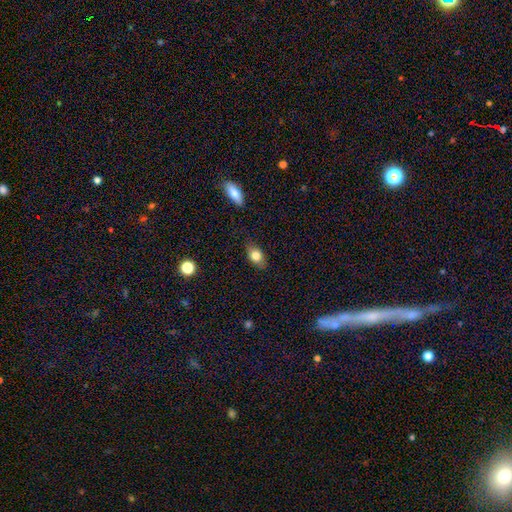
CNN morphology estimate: smooth_or_featured: smooth (p=0.78) [alt: featured or disk p=0.14]
how_rounded: in between (p=0.79) [alt: round p=0.16]
merging: none (p=0.81) [alt: minor disturbance p=0.15]